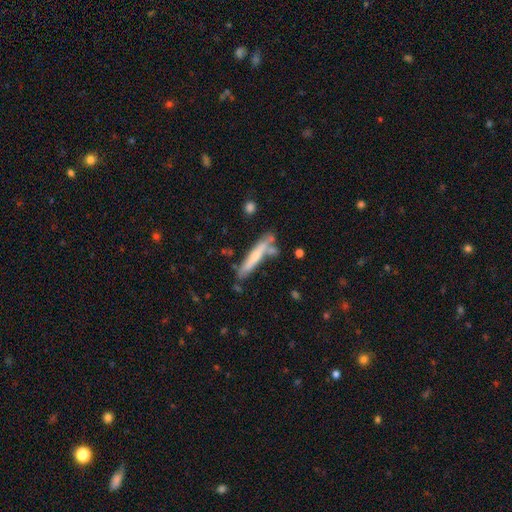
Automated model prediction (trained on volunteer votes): Morphology: type=smooth (54%); roundness=cigar-shaped (92%); merging=none (68%).